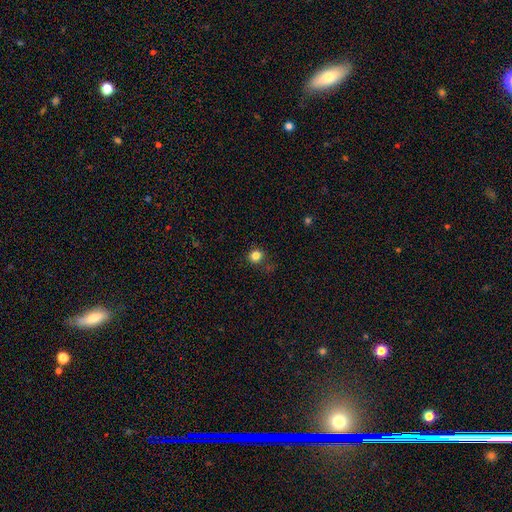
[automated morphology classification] Smooth or featured?
  - smooth: 83% *
  - star or artifact: 13%
  - featured or disk: 4%
How rounded?
  - round: 86% *
  - in between: 13%
  - cigar-shaped: 1%
Merging?
  - none: 80% *
  - minor disturbance: 14%
  - major disturbance: 5%
  - merger: 2%